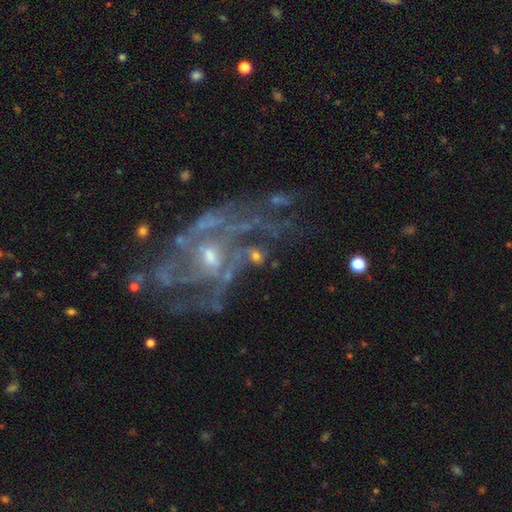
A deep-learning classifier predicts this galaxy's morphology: The model was most divided on "bulge size": moderate: 45%, small: 36%, none: 10%, large: 7%, dominant: 3%. Remaining: edge-on disk — no (95%); spiral arms — yes (73%); smooth or featured — featured or disk (63%); bar — no (50%); merging — none (45%).